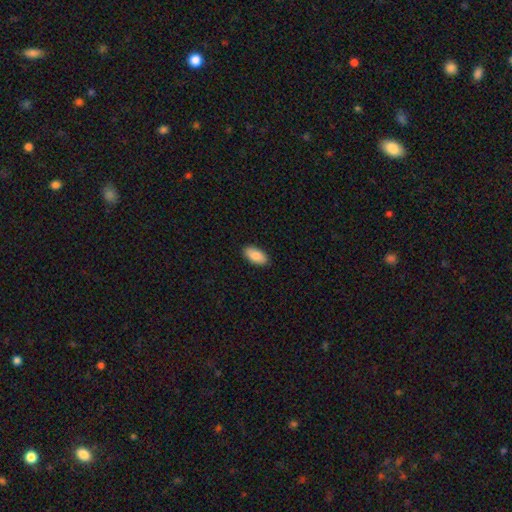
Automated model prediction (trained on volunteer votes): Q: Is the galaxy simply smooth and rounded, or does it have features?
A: smooth — 88%.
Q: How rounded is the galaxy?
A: in between — 94%.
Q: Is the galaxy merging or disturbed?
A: none — 89%.